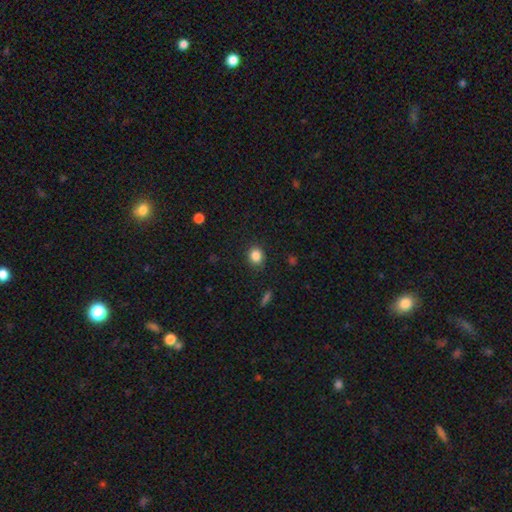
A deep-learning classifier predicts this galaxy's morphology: Smooth or featured? smooth (85%)
How rounded? round (72%)
Merging? none (88%)